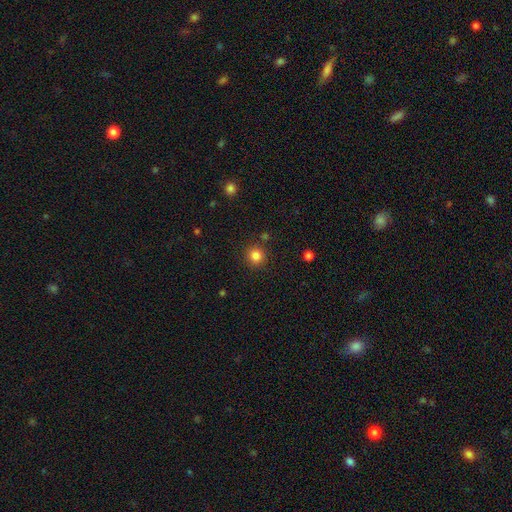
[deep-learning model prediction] This is clearly a smooth galaxy (83%). How rounded: clearly round (93%). Merging: clearly none (88%).